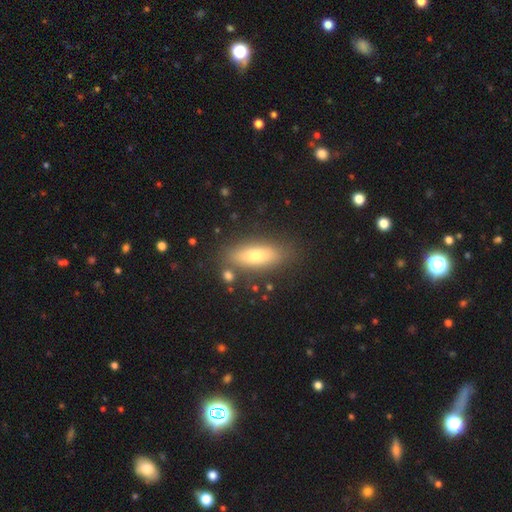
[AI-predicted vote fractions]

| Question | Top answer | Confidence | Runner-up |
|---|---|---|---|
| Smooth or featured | smooth | 71% | featured or disk (21%) |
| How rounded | in between | 69% | cigar-shaped (28%) |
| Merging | none | 78% | minor disturbance (13%) |